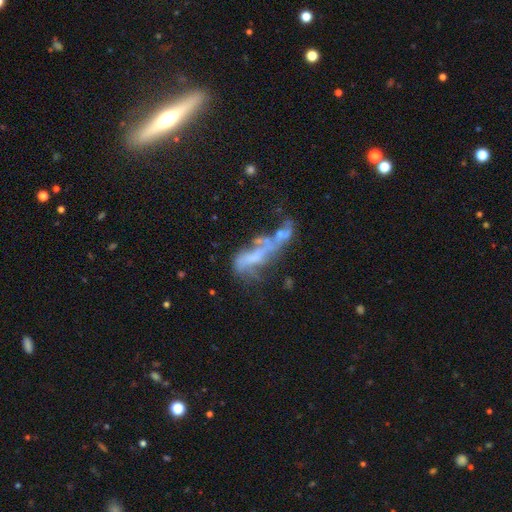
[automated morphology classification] type=featured or disk (58%); edge-on=no (85%); merging=merger (37%).